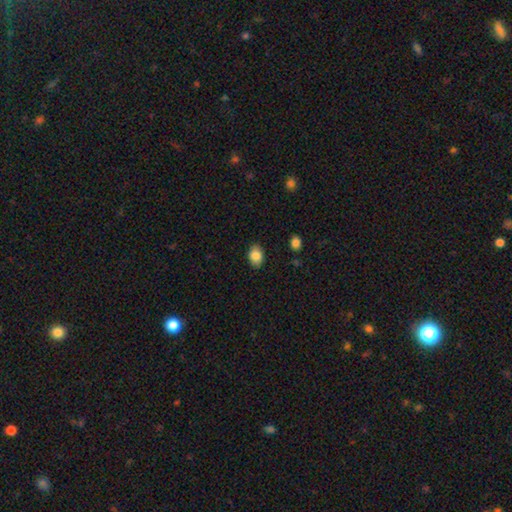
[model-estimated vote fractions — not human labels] A smooth galaxy with no disk features (85%) that is in between round and cigar-shaped (76%).

Vote fractions:
- Smooth or featured? smooth: 85% / star or artifact: 8% / featured or disk: 7%
- How rounded? in between: 76% / round: 23% / cigar-shaped: 1%
- Merging? none: 87% / minor disturbance: 10% / major disturbance: 2% / merger: 1%